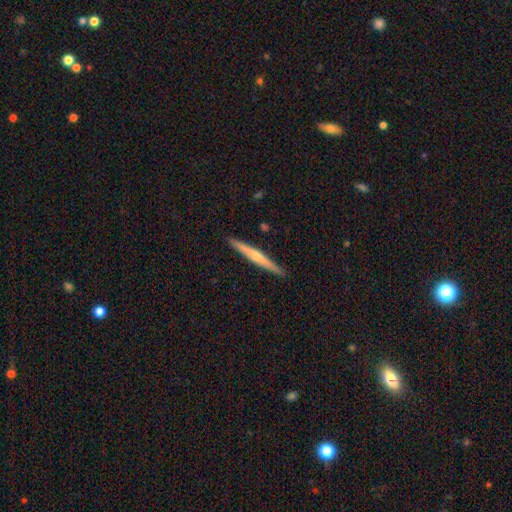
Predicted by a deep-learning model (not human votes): Smooth or featured: featured or disk — 68% (smooth — 25%)
Edge-on disk: yes — 98% (no — 2%)
Edge-on bulge: rounded — 77% (none — 18%)
Merging: none — 91% (minor disturbance — 6%)